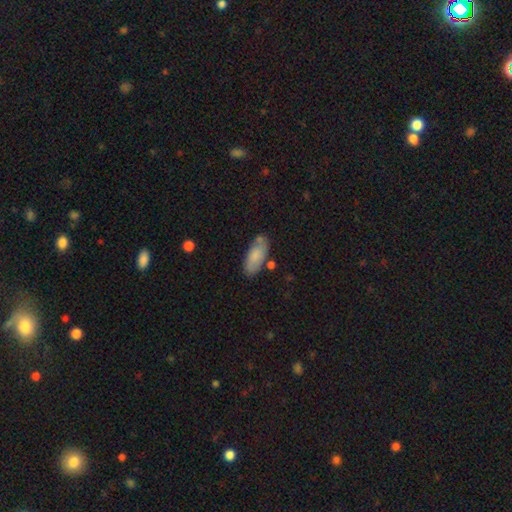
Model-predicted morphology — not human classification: Smooth or featured: smooth — 79% (featured or disk — 15%)
How rounded: in between — 84% (cigar-shaped — 14%)
Merging: none — 70% (minor disturbance — 18%)